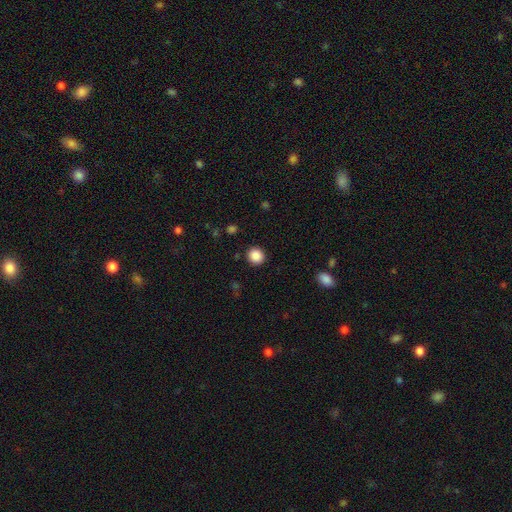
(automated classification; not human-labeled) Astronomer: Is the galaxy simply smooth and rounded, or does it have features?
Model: smooth — 88%.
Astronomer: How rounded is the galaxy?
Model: round — 90%.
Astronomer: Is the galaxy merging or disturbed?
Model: none — 91%.